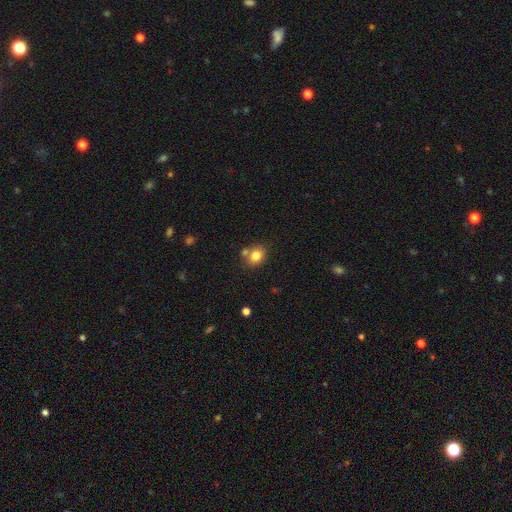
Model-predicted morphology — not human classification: type=smooth (81%); roundness=round (61%); merging=none (65%).